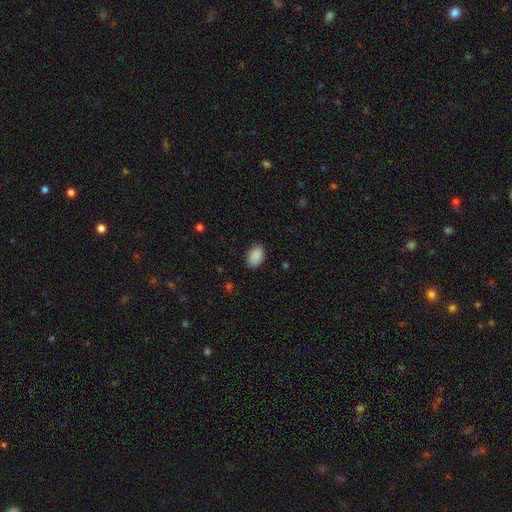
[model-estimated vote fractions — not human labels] Smooth or featured: smooth — 90% (star or artifact — 7%)
How rounded: in between — 88% (round — 11%)
Merging: none — 85% (minor disturbance — 11%)